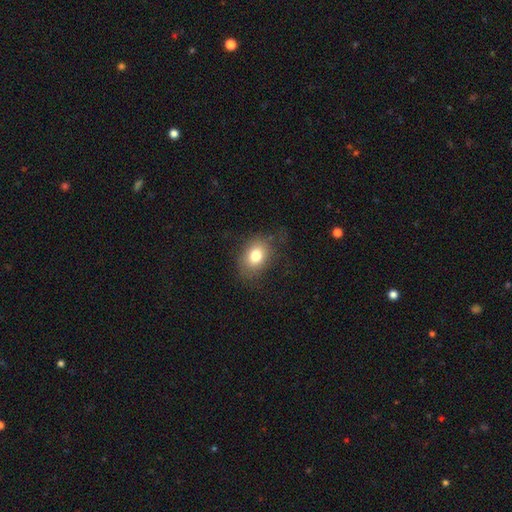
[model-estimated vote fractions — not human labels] Smooth or featured: smooth — 78% (featured or disk — 12%)
How rounded: in between — 66% (round — 32%)
Merging: none — 73% (minor disturbance — 18%)